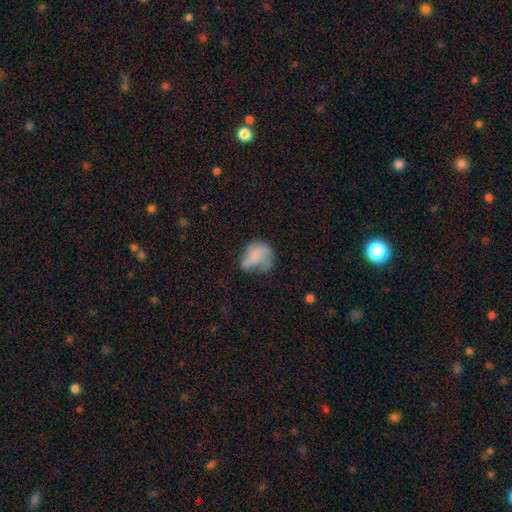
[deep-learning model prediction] Smooth or featured: smooth — 61% (featured or disk — 29%)
How rounded: in between — 50% (round — 48%)
Merging: major disturbance — 32% (none — 31%)